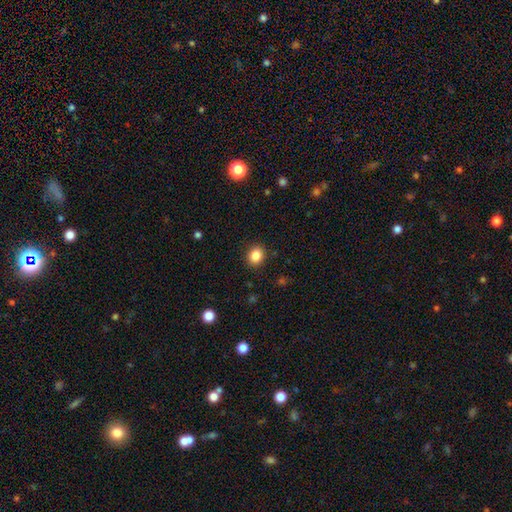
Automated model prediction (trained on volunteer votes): A smooth galaxy with no disk features (86%) that is round (68%). Merging: none (90%).